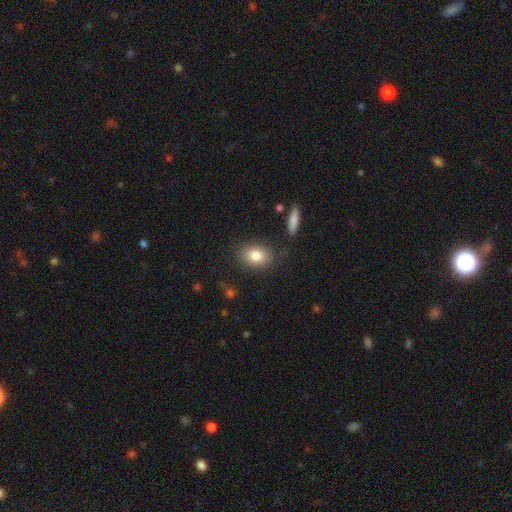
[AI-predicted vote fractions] Overall: smooth (84%). How rounded: in between (78%). Merging: none (81%).